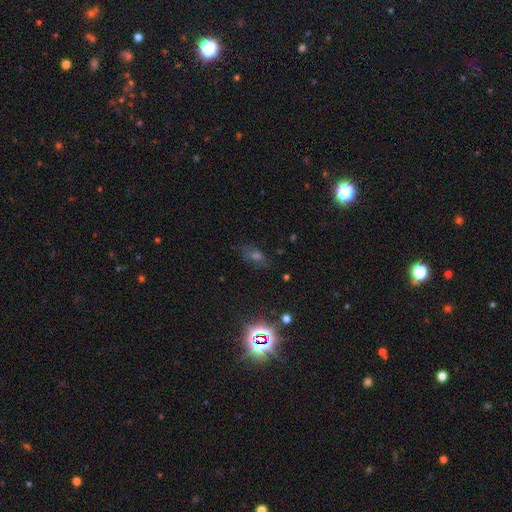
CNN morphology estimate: Smooth or featured? Predicted: star or artifact (p=0.46).